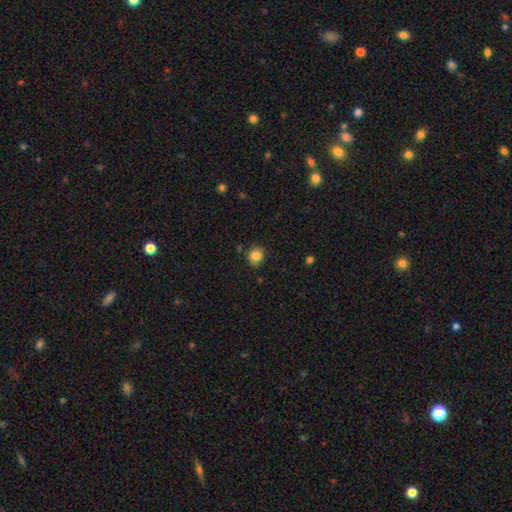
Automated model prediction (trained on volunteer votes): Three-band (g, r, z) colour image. It shows a smooth galaxy with no disk features (85%) that is round (78%). Merging: none (85%).